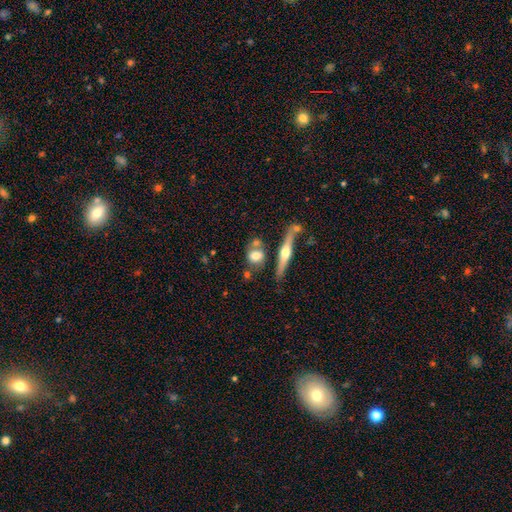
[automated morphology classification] Overall: smooth (59%; featured or disk 33%). How rounded: round (44%; in between 41%). Merging: none (58%; merger 22%).